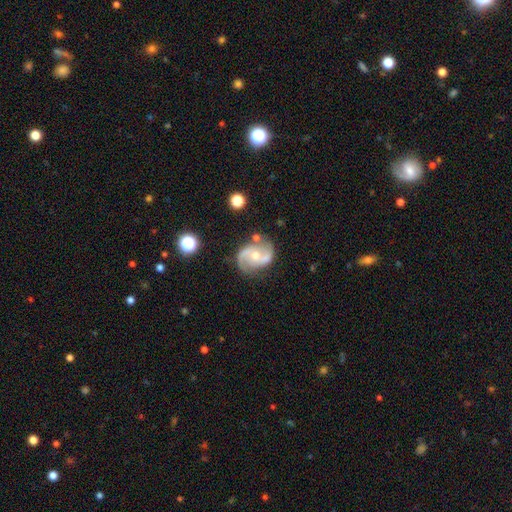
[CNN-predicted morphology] smooth_or_featured: featured or disk (p=0.85) [alt: smooth p=0.09]
disk_edge_on: no (p=0.98) [alt: yes p=0.02]
bar: no (p=0.52) [alt: weak p=0.37]
has_spiral_arms: yes (p=0.95) [alt: no p=0.05]
spiral_winding: medium (p=0.52) [alt: loose p=0.32]
spiral_arm_count: 2 (p=0.91) [alt: can't tell p=0.03]
bulge_size: moderate (p=0.58) [alt: small p=0.36]
merging: none (p=0.71) [alt: minor disturbance p=0.17]